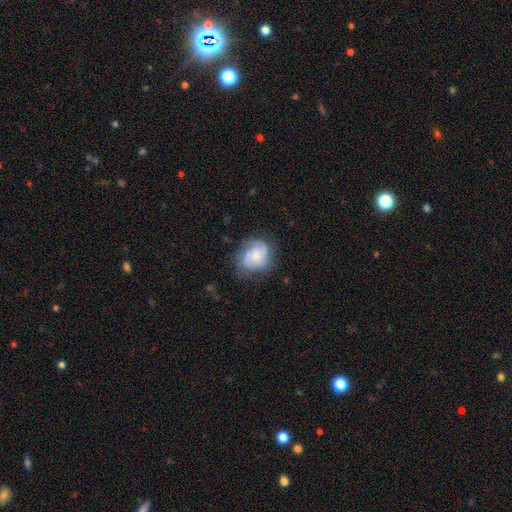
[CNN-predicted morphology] This appears to be a featured or disk galaxy (57%) with no bar (75%), spiral arms (85%) and a small central bulge (52%). Merging: none (66%).